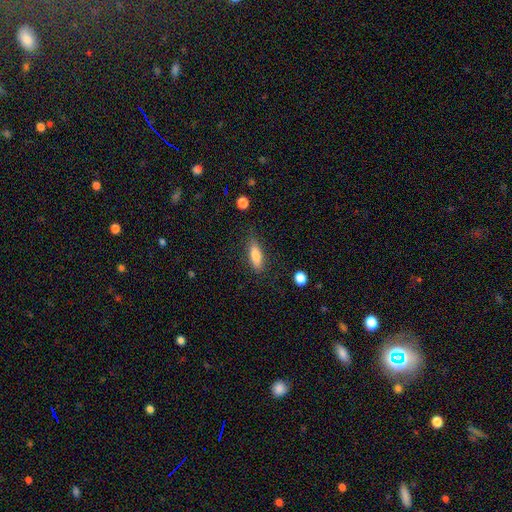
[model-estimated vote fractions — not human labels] smooth 77%, featured or disk 16%, star or artifact 7%. Down the decision tree: how rounded — in between (49%, tied with cigar-shaped); merging — none (80%).